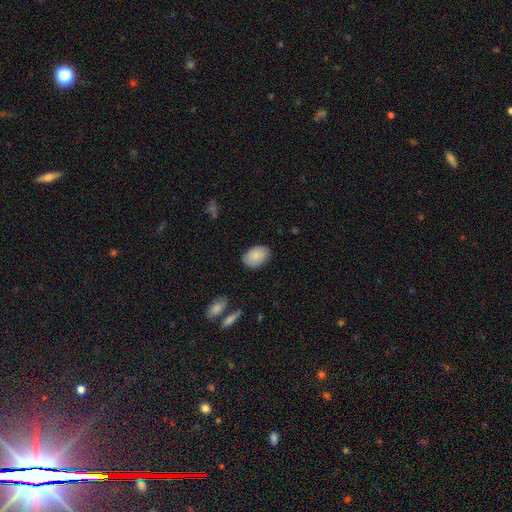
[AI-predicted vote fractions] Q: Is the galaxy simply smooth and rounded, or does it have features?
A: smooth — 82%.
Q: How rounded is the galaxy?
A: in between — 85%.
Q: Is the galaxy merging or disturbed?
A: none — 83%.